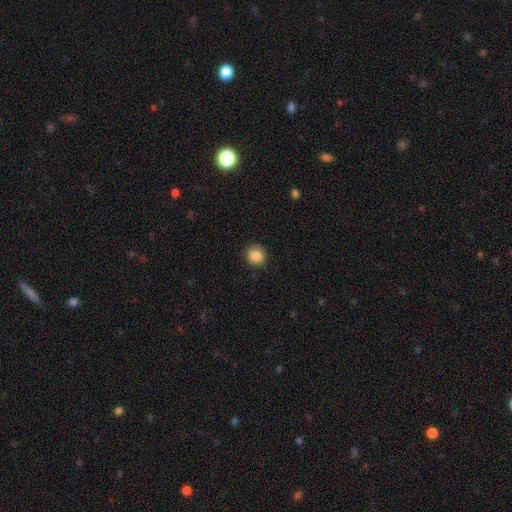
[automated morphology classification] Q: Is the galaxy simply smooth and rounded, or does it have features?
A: smooth — 87%.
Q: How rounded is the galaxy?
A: round — 83%.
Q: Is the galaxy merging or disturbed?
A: none — 87%.